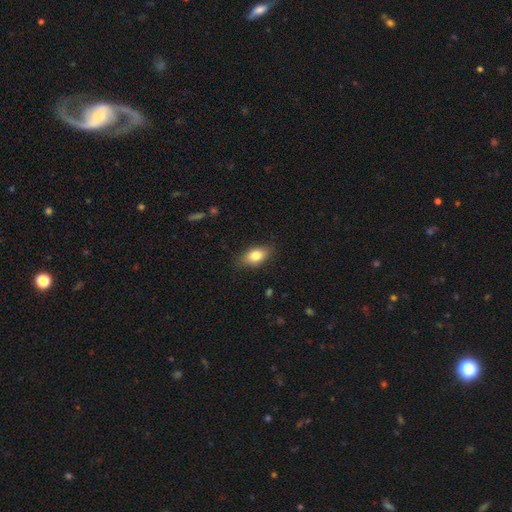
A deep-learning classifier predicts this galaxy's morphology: Overall: smooth (80%). How rounded: in between (87%). Merging: none (83%).